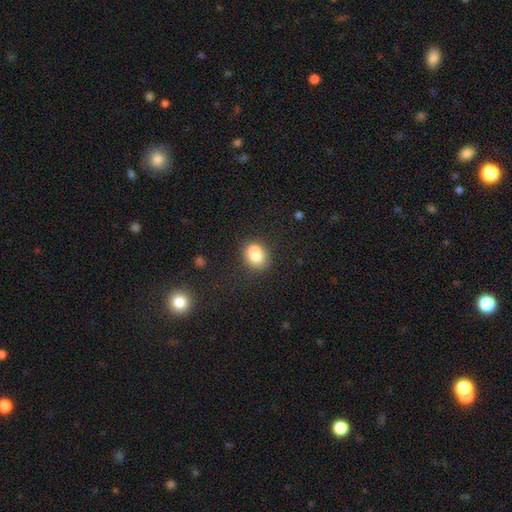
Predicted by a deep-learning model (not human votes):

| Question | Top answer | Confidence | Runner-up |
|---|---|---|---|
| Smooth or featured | smooth | 74% | featured or disk (16%) |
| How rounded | in between | 51% | round (47%) |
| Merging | none | 42% | merger (41%) |